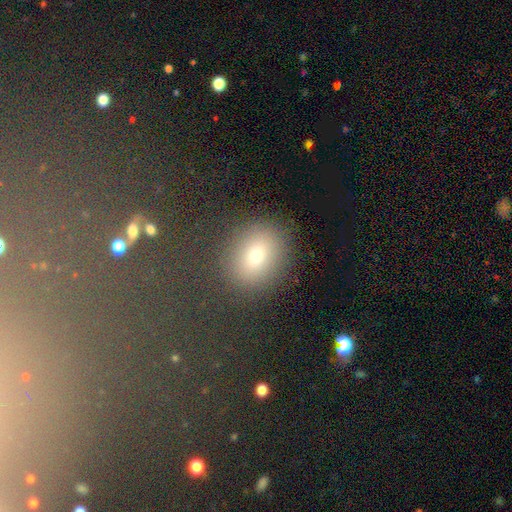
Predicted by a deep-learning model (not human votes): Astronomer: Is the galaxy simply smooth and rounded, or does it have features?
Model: smooth — 73%.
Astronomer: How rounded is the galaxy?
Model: in between — 49%, tied with round at 49%.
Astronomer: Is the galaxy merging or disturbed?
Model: none — 84%.